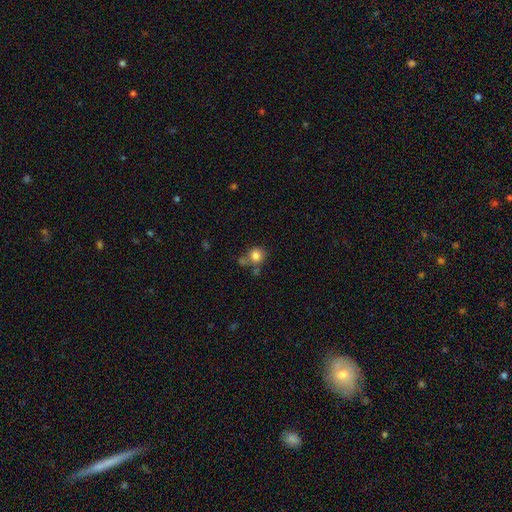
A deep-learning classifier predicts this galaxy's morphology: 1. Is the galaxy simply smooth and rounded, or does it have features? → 82% smooth, 10% star or artifact, 8% featured or disk.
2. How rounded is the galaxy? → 80% round, 19% in between, 1% cigar-shaped.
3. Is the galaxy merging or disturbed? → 54% none, 21% merger, 17% minor disturbance, 8% major disturbance.